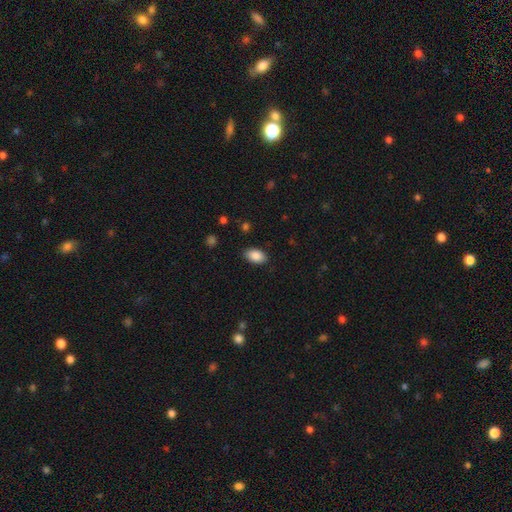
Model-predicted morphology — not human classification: smooth-or-featured: smooth: 88% | star or artifact: 7% | featured or disk: 5%
  how-rounded: in between: 93% | round: 6% | cigar-shaped: 2%
  merging: none: 87% | minor disturbance: 9% | major disturbance: 2% | merger: 1%